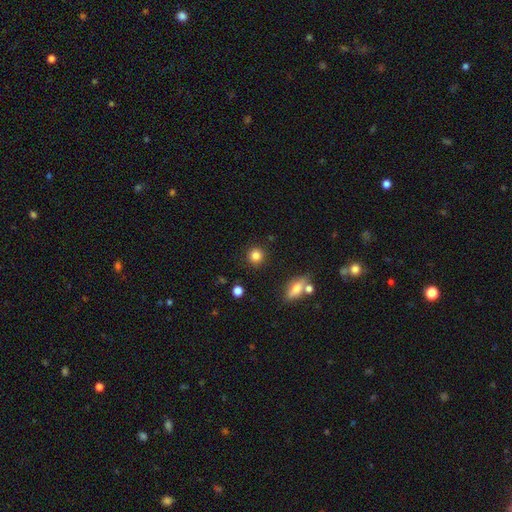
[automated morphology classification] type=smooth (84%); roundness=round (90%); merging=none (88%).